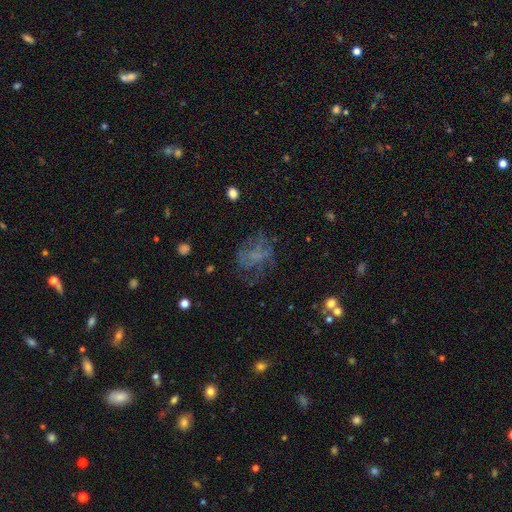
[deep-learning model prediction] Morphology: type=featured or disk (47%); merging=none (50%).